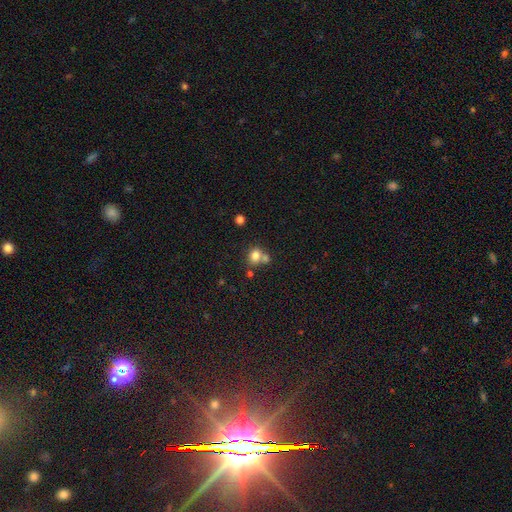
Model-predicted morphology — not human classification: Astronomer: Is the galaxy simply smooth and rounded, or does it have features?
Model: smooth — 79%.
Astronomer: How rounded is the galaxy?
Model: round — 55% (runner-up: in between, 44%).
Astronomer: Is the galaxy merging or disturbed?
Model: none — 43% (runner-up: merger, 42%).